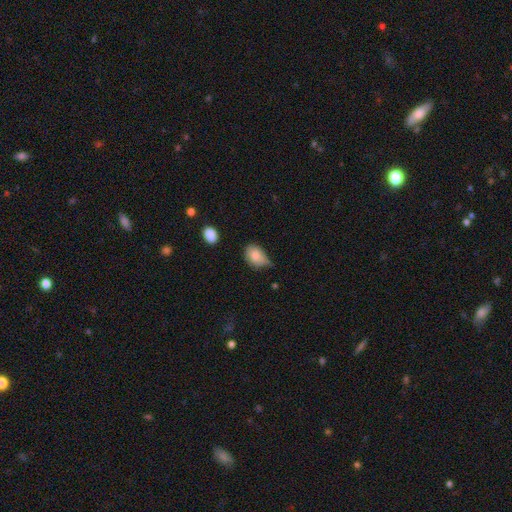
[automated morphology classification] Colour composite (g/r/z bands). It shows a smooth galaxy with no disk features (81%) that is in between round and cigar-shaped (75%). Merging: minor disturbance (51%).